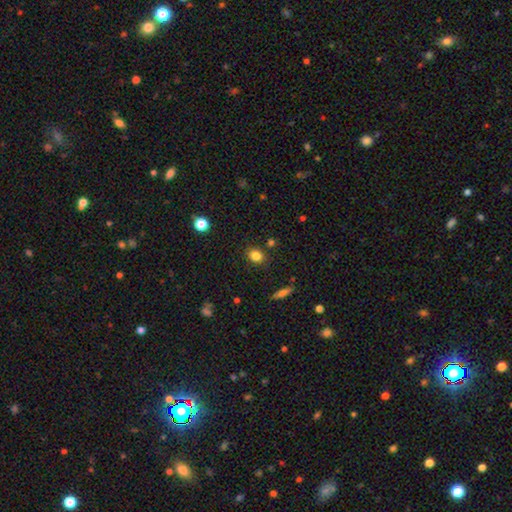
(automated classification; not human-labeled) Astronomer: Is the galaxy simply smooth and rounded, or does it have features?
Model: smooth — 83%.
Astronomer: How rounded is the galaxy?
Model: in between — 52% (runner-up: round, 46%).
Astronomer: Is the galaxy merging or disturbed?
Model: none — 84%.